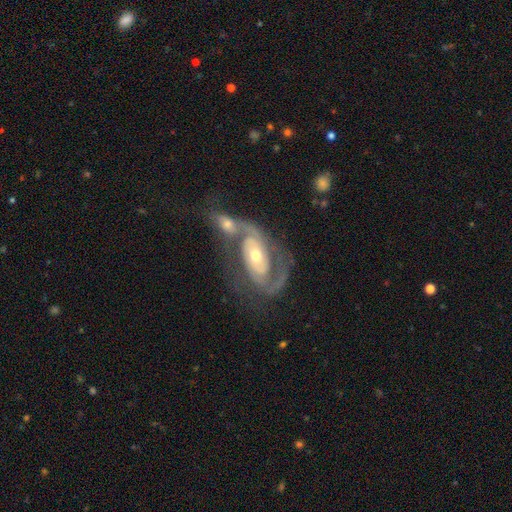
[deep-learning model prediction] featured or disk 85%, smooth 9%, star or artifact 5%. Down the decision tree: edge-on disk — no (96%); bar — no (56%); spiral arms — yes (92%); spiral arm count — 2 (73%); spiral winding — medium (43%); bulge size — moderate (57%); merging — merger (48%).